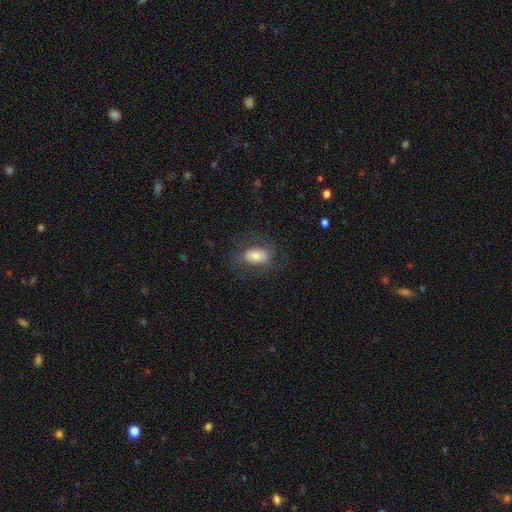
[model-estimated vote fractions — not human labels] Morphology: type=smooth (62%); roundness=in between (86%); merging=none (70%).